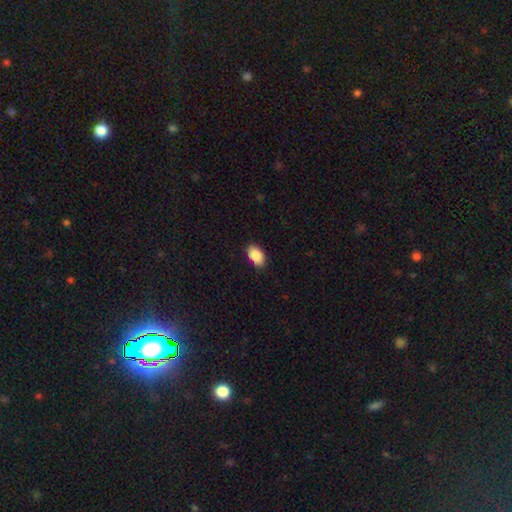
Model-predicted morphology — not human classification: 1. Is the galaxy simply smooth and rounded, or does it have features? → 88% smooth, 7% star or artifact, 5% featured or disk.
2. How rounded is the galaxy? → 90% in between, 9% round, 1% cigar-shaped.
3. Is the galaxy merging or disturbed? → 83% none, 13% minor disturbance, 2% major disturbance, 1% merger.